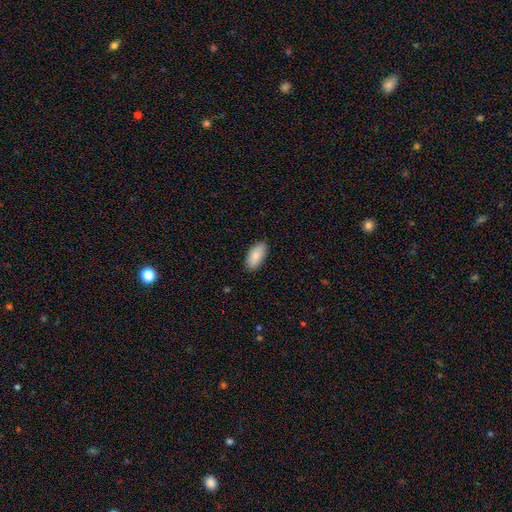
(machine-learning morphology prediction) A smooth galaxy with no disk features (84%) that is in between round and cigar-shaped (92%). Merging: none (87%).